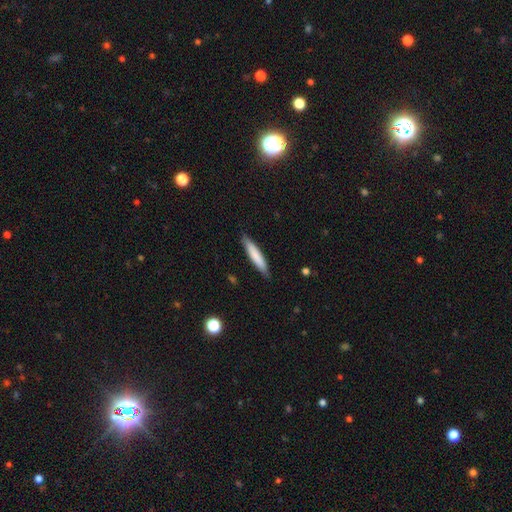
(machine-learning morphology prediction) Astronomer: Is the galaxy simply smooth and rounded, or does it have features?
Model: smooth — 79%.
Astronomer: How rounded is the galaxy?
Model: cigar-shaped — 89%.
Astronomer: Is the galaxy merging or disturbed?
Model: none — 87%.